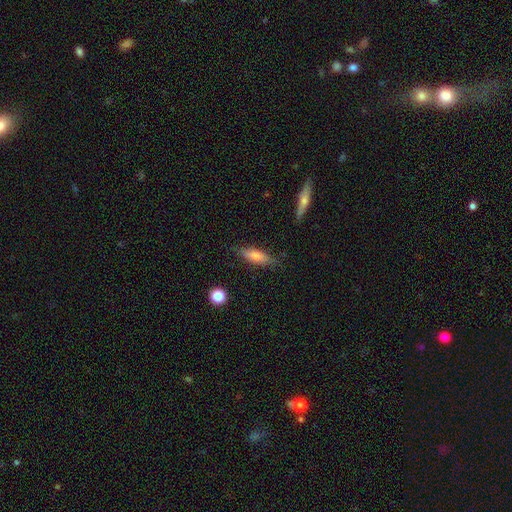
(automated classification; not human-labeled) This is likely a smooth galaxy (65%). How rounded: possibly cigar-shaped (56%). Merging: likely none (79%).